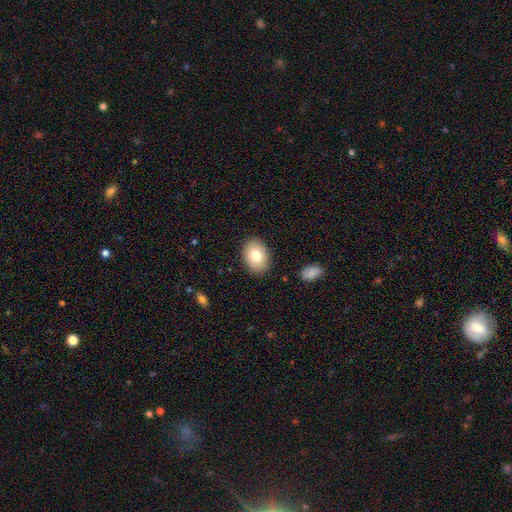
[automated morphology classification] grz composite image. It shows a smooth galaxy with no disk features (78%) that is in between round and cigar-shaped (75%). Merging: none (88%).